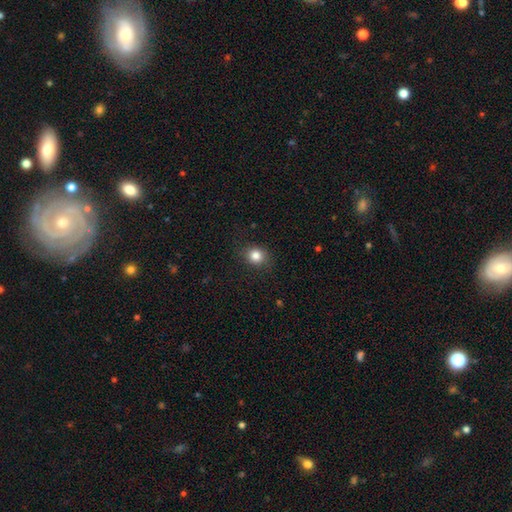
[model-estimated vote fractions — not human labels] Smooth or featured? Predicted: smooth (p=0.83). How rounded? Predicted: round (p=0.75). Merging? Predicted: none (p=0.85).